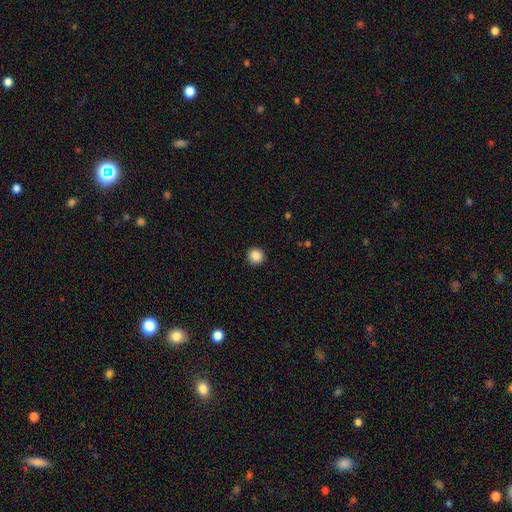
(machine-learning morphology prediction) This is clearly a smooth galaxy (87%). How rounded: clearly round (94%). Merging: clearly none (92%).